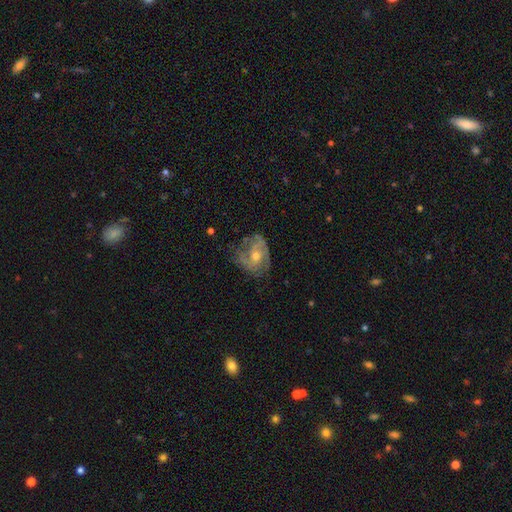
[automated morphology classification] This is likely a featured or disk galaxy (78%). It is clearly not viewed edge-on (97%). Bar: likely no (64%). Spiral arm pattern: clearly yes (88%). Spiral arm count: possibly 2 (50%). Spiral winding: marginally medium (44%). Central bulge: possibly moderate (57%). Merging: possibly none (60%).